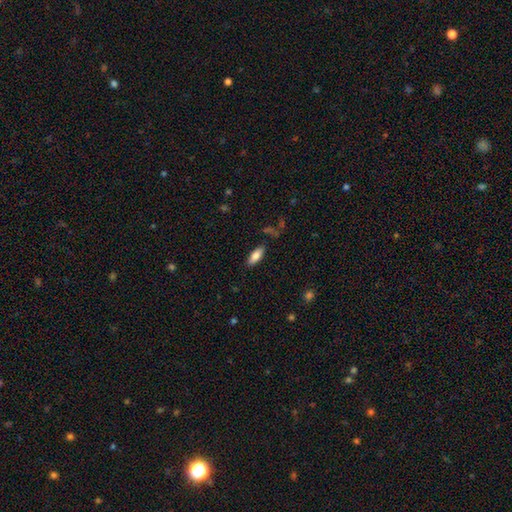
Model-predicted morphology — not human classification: This is likely a smooth galaxy (80%). How rounded: likely in between (77%). Merging: clearly none (84%).